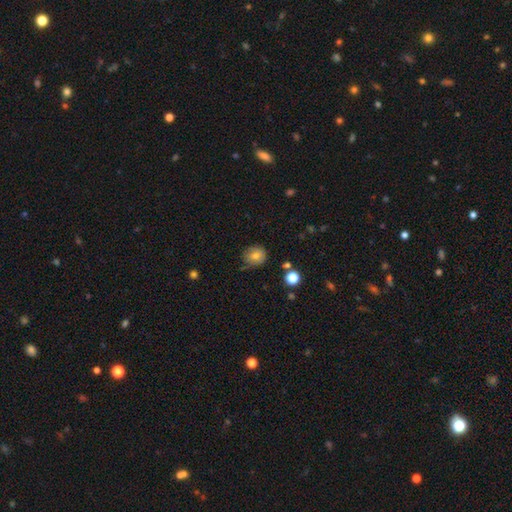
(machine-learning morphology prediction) smooth_or_featured: smooth (p=0.76) [alt: featured or disk p=0.13]
how_rounded: round (p=0.83) [alt: in between p=0.16]
merging: none (p=0.74) [alt: minor disturbance p=0.19]